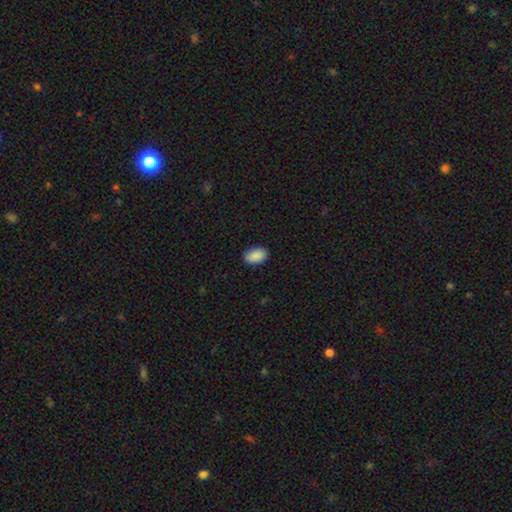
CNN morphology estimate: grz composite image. It shows a smooth galaxy with no disk features (90%) that is in between round and cigar-shaped (93%). Merging: none (89%).